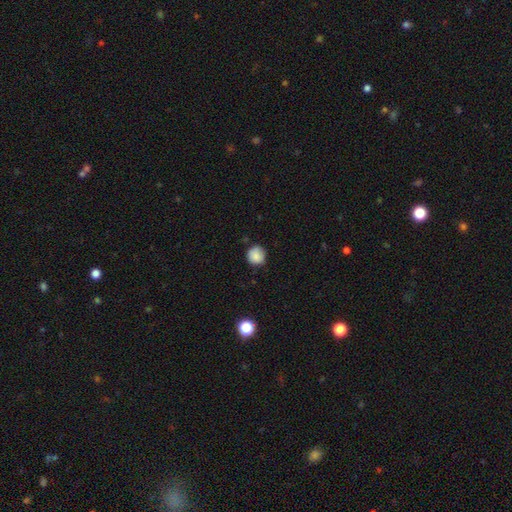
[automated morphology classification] Q: Smooth or featured?
A: smooth (85%); runner-up: star or artifact (9%)
Q: How rounded?
A: round (91%); runner-up: in between (8%)
Q: Merging?
A: none (80%); runner-up: minor disturbance (16%)